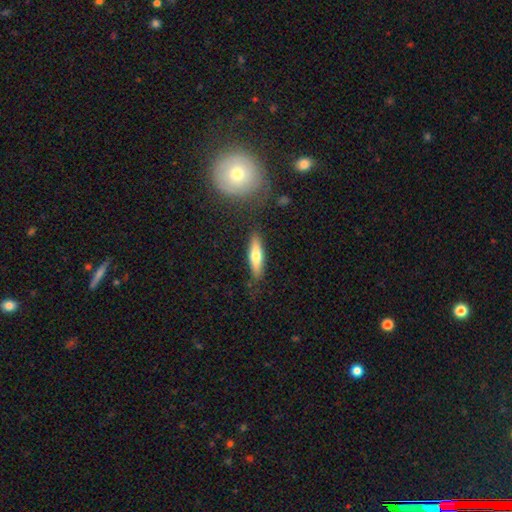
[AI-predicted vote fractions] Q: Smooth or featured?
A: smooth (63%); runner-up: featured or disk (31%)
Q: How rounded?
A: cigar-shaped (66%); runner-up: in between (32%)
Q: Merging?
A: none (82%); runner-up: minor disturbance (12%)